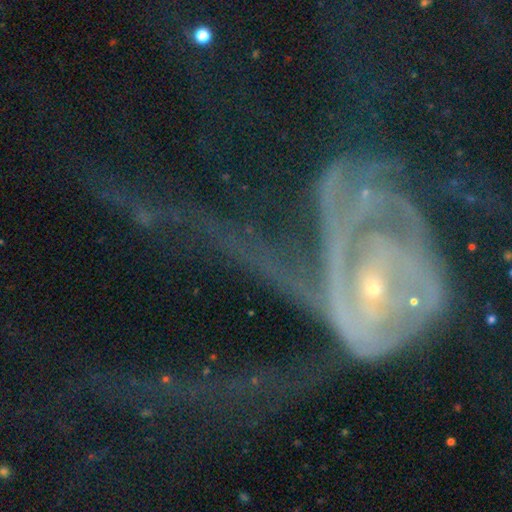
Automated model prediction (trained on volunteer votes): Smooth or featured?
  - featured or disk: 69% *
  - star or artifact: 19%
  - smooth: 12%
Edge-on disk?
  - no: 90% *
  - yes: 10%
Bar?
  - no: 43% *
  - strong: 30%
  - weak: 27%
Spiral arms?
  - yes: 85% *
  - no: 15%
Spiral winding?
  - tight: 45% *
  - medium: 35%
  - loose: 20%
Spiral arm count?
  - 2: 46% *
  - can't tell: 18%
  - 3: 11%
  - 1: 9%
  - 4: 8%
  - more than 4: 8%
Bulge size?
  - small: 66% *
  - moderate: 23%
  - large: 4%
  - none: 4%
  - dominant: 3%
Merging?
  - none: 44% *
  - major disturbance: 27%
  - minor disturbance: 16%
  - merger: 12%